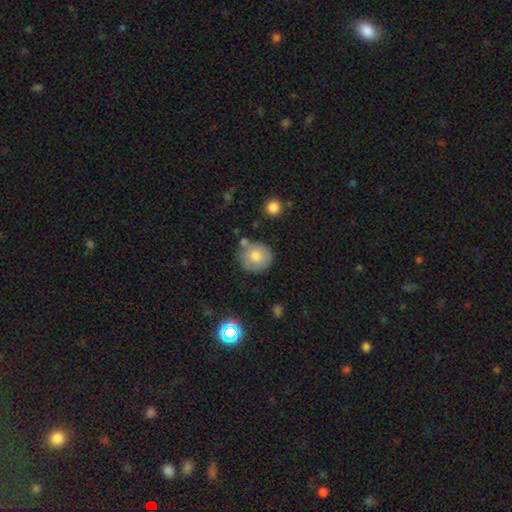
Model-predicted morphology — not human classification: Overall: smooth (72%). How rounded: round (90%). Merging: none (72%).